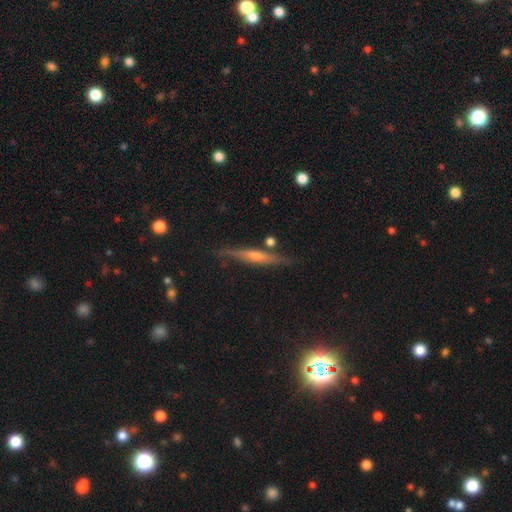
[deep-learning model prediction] The model was most divided on "edge-on bulge": rounded: 59%, none: 30%, boxy: 11%. More confident: edge-on disk — yes (95%); merging — none (82%); smooth or featured — featured or disk (63%).